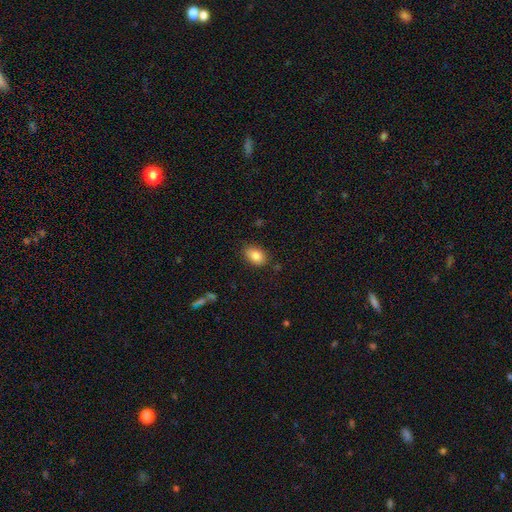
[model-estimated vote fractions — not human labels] Morphology: type=smooth (86%); roundness=in between (85%); merging=none (82%).